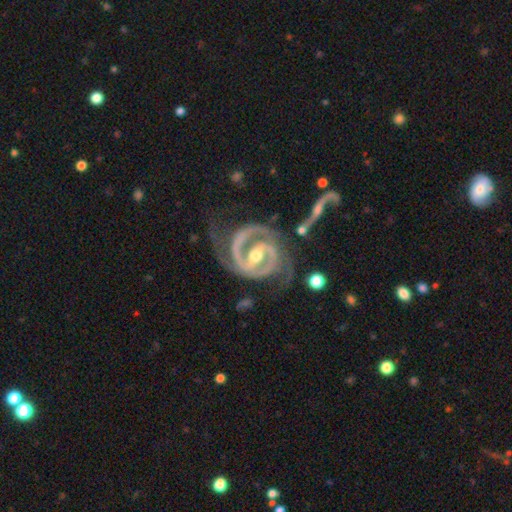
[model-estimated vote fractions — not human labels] Smooth or featured: featured or disk — 93% (star or artifact — 4%)
Edge-on disk: no — 97% (yes — 3%)
Bar: strong — 61% (weak — 28%)
Spiral arms: yes — 98% (no — 2%)
Spiral winding: tight — 47% (medium — 44%)
Spiral arm count: 2 — 84% (3 — 7%)
Bulge size: moderate — 70% (small — 24%)
Merging: none — 54% (minor disturbance — 21%)